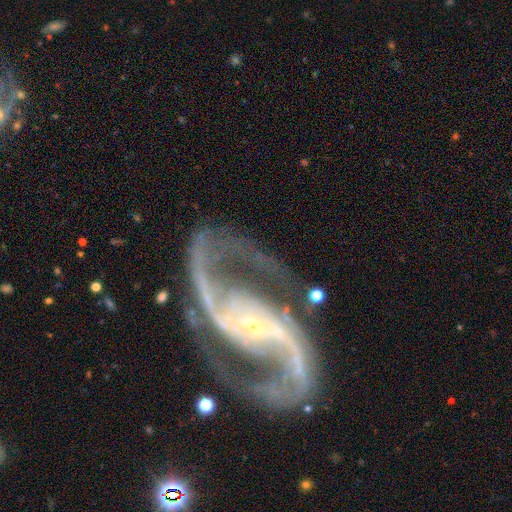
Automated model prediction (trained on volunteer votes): Smooth or featured? featured or disk (94%)
Edge-on disk? no (98%)
Bar? strong (39%)
Spiral arms? yes (98%)
Spiral winding? medium (53%)
Spiral arm count? 2 (94%)
Bulge size? small (84%)
Merging? none (73%)